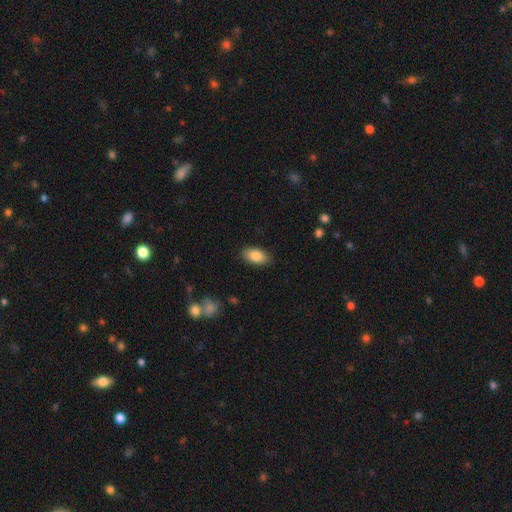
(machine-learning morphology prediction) smooth_or_featured: smooth (p=0.84) [alt: featured or disk p=0.09]
how_rounded: in between (p=0.93) [alt: round p=0.04]
merging: none (p=0.87) [alt: minor disturbance p=0.10]